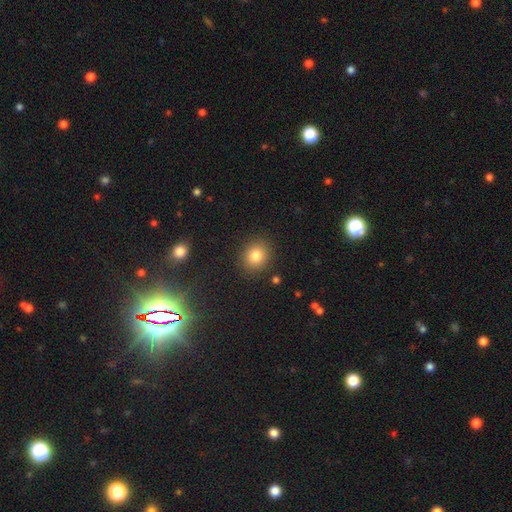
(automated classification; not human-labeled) This appears to be a smooth galaxy with no disk features (82%) that is round (73%). Merging: none (88%).